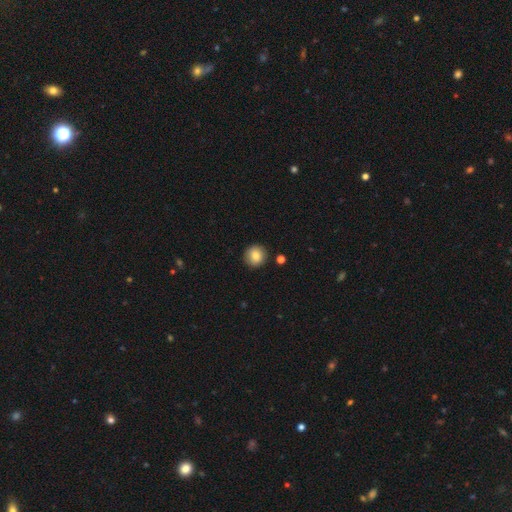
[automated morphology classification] The model was most divided on "smooth or featured": smooth: 84%, star or artifact: 9%, featured or disk: 7%. More confident: how rounded — round (94%); merging — none (90%).